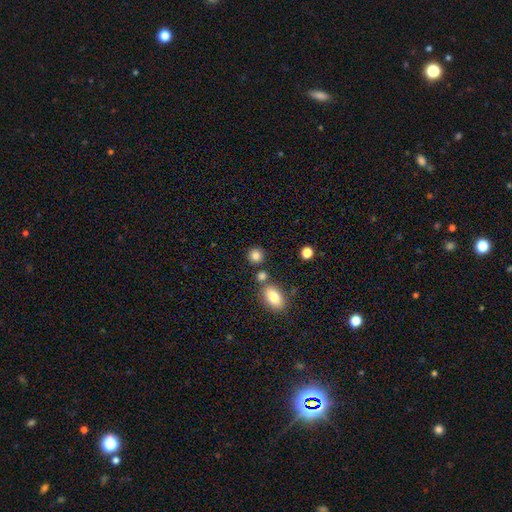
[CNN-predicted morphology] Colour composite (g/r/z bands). It shows a smooth galaxy with no disk features (83%) that is round (84%). Merging: none (77%).